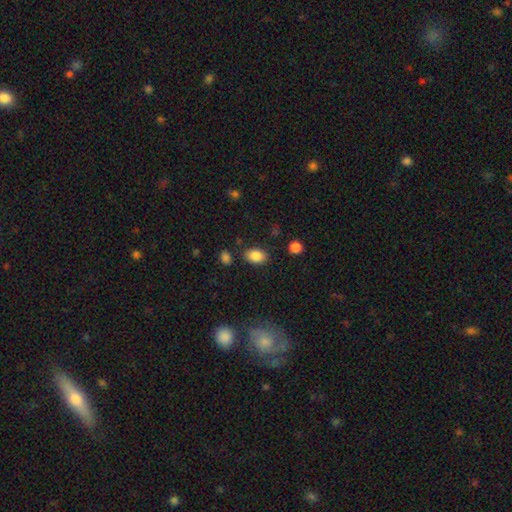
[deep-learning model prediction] This appears to be a smooth galaxy with no disk features (85%) that is in between round and cigar-shaped (85%). Merging: none (82%).